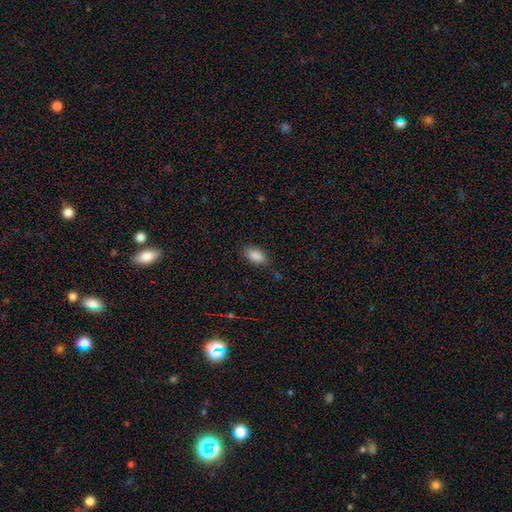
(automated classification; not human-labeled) Smooth or featured? smooth (88%)
How rounded? in between (92%)
Merging? none (79%)